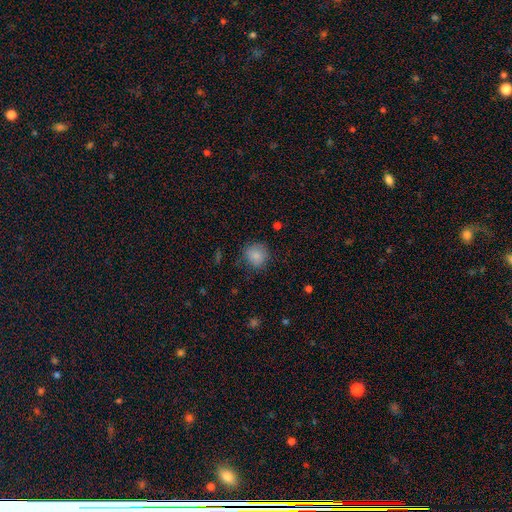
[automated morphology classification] This appears to be a smooth galaxy with no disk features (83%) that is round (87%). Merging: none (77%).